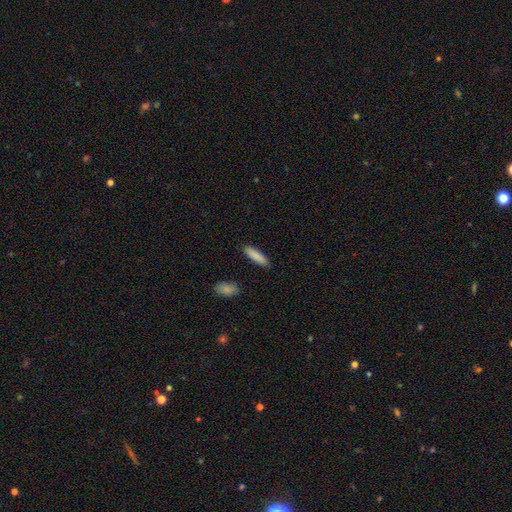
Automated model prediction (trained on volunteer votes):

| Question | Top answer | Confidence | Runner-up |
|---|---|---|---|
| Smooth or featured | smooth | 88% | featured or disk (7%) |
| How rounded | cigar-shaped | 71% | in between (27%) |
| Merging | none | 90% | minor disturbance (7%) |